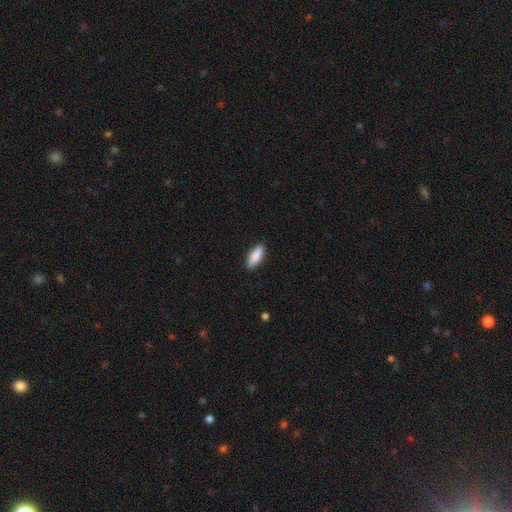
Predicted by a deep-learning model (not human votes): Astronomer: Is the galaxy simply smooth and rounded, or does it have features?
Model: smooth — 88%.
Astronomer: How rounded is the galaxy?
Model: in between — 70%.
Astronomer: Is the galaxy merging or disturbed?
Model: none — 89%.